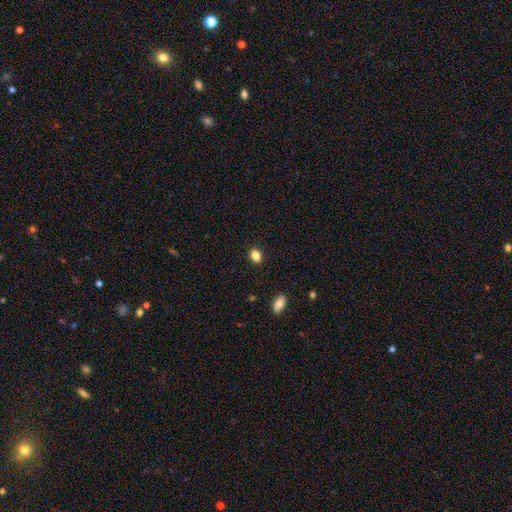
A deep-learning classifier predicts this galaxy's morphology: Smooth or featured: smooth — 85% (star or artifact — 11%)
How rounded: in between — 59% (round — 40%)
Merging: none — 89% (minor disturbance — 7%)